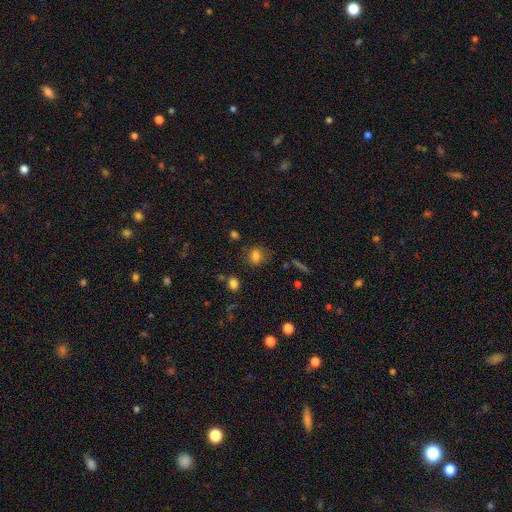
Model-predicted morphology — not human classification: A smooth galaxy with no disk features (80%) that is round (62%). Merging: none (78%).